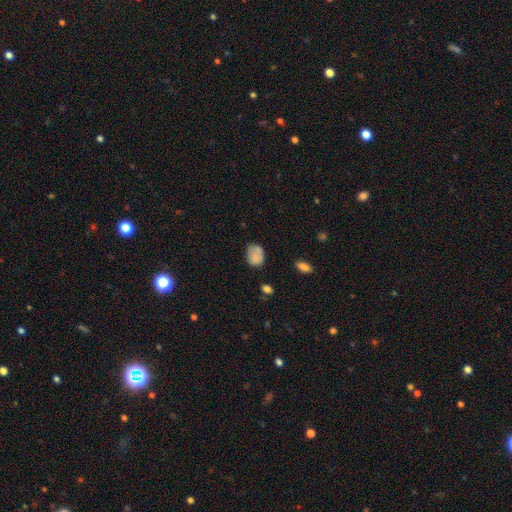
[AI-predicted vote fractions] The model was most divided on "merging": none: 62%, minor disturbance: 26%, major disturbance: 8%, merger: 4%. More confident: smooth or featured — smooth (81%); how rounded — in between (69%).